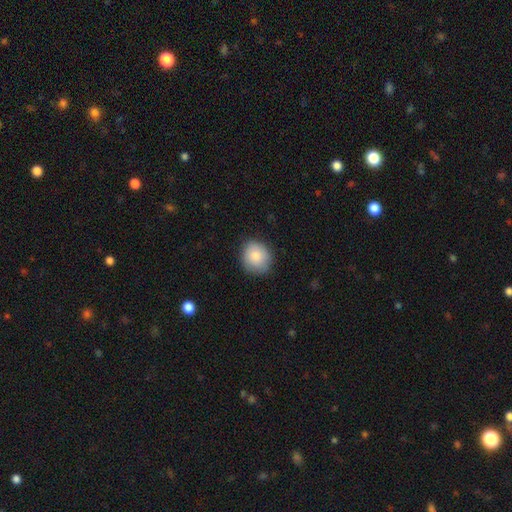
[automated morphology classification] The model was most divided on "how rounded": round: 77%, in between: 22%, cigar-shaped: 1%. More confident: smooth or featured — smooth (83%); merging — none (83%).